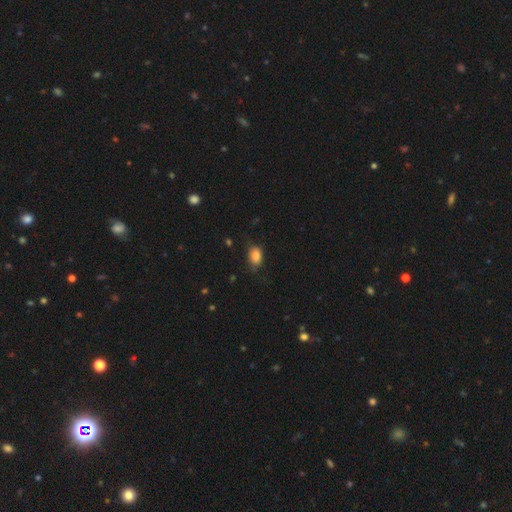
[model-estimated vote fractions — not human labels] This is clearly a smooth galaxy (85%). How rounded: clearly in between (81%). Merging: likely none (71%).